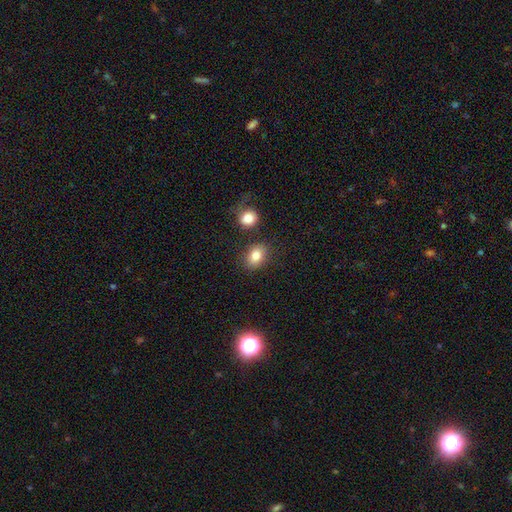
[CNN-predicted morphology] smooth_or_featured: smooth (p=0.81) [alt: star or artifact p=0.10]
how_rounded: in between (p=0.71) [alt: round p=0.27]
merging: none (p=0.78) [alt: minor disturbance p=0.11]